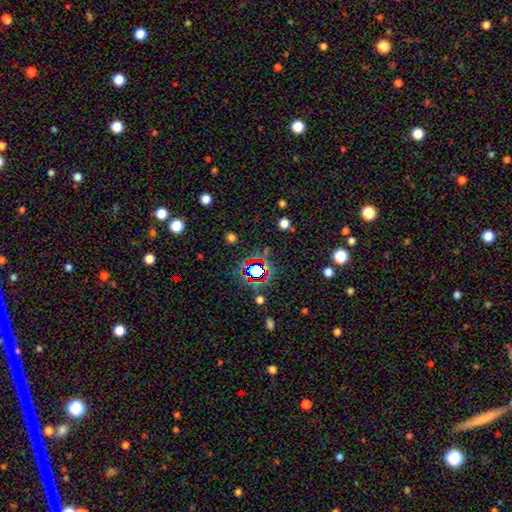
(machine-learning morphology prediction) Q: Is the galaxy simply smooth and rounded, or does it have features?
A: star or artifact — 72%.